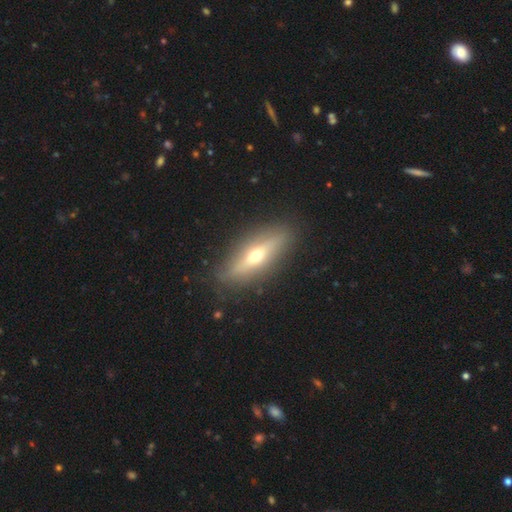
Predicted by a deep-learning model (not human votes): A featured or disk galaxy (60%) viewed edge-on (81%). Merging: none (85%).